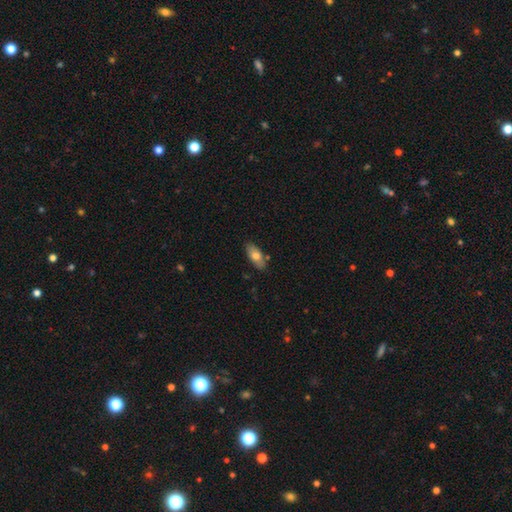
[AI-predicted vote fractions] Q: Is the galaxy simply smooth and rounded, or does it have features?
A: smooth — 71%.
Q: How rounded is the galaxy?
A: in between — 86%.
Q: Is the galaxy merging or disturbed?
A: none — 80%.